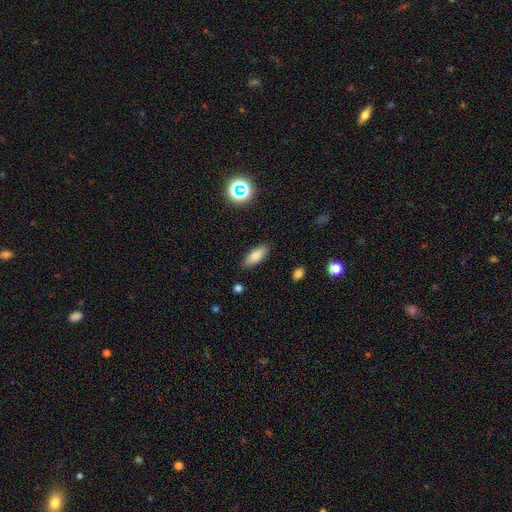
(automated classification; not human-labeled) smooth_or_featured: smooth (p=0.80) [alt: featured or disk p=0.11]
how_rounded: in between (p=0.73) [alt: cigar-shaped p=0.24]
merging: none (p=0.87) [alt: minor disturbance p=0.09]